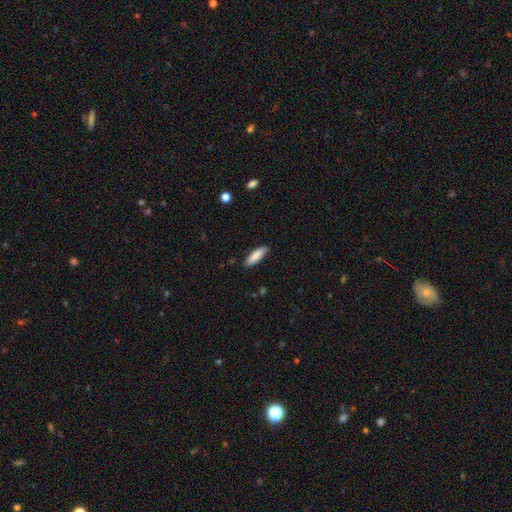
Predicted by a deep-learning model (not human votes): Smooth or featured? Predicted: smooth (p=0.83). How rounded? Predicted: cigar-shaped (p=0.55). Merging? Predicted: none (p=0.86).